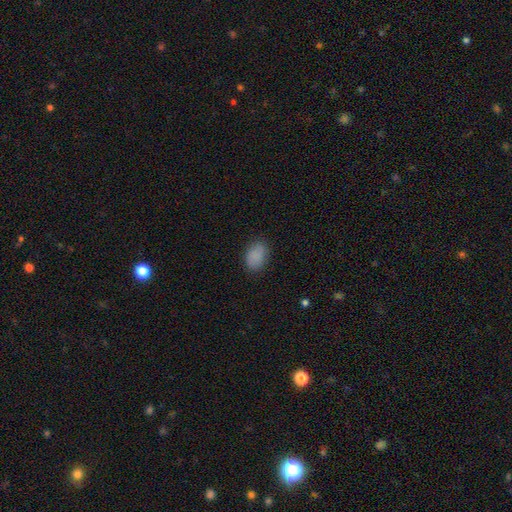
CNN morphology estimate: smooth_or_featured: smooth (p=0.87) [alt: star or artifact p=0.09]
how_rounded: in between (p=0.76) [alt: round p=0.23]
merging: none (p=0.83) [alt: minor disturbance p=0.13]